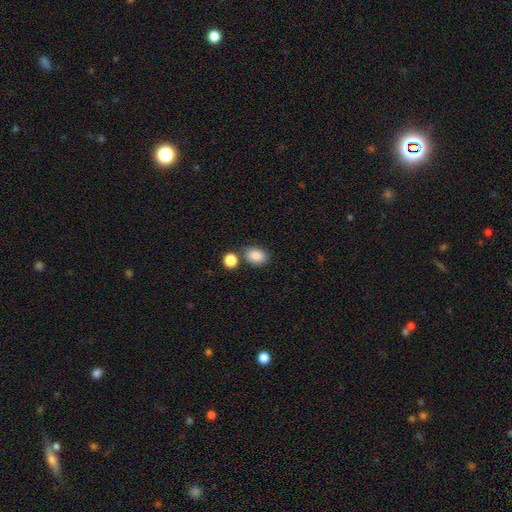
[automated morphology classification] Smooth or featured: smooth — 86% (star or artifact — 9%)
How rounded: in between — 72% (round — 27%)
Merging: none — 73% (merger — 12%)